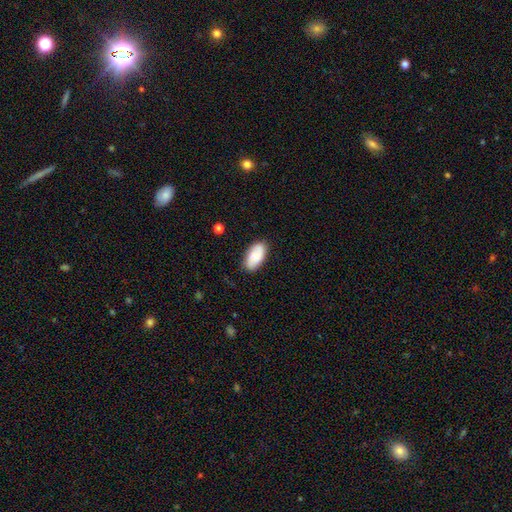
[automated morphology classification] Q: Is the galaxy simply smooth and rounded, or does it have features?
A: smooth — 75%.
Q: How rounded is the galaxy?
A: in between — 94%.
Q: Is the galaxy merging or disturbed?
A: none — 83%.